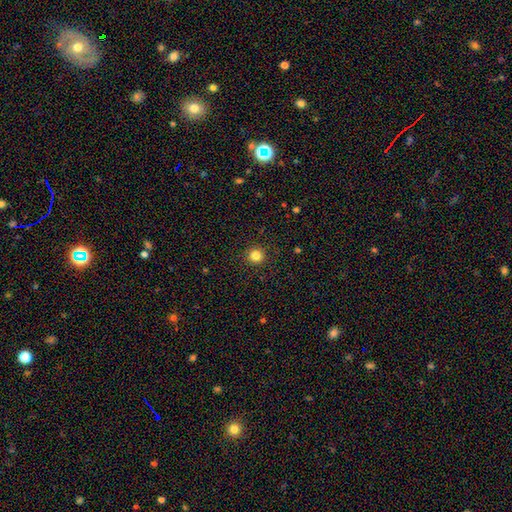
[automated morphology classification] Q: Smooth or featured?
A: smooth (83%); runner-up: star or artifact (12%)
Q: How rounded?
A: round (94%); runner-up: in between (5%)
Q: Merging?
A: none (92%); runner-up: minor disturbance (5%)